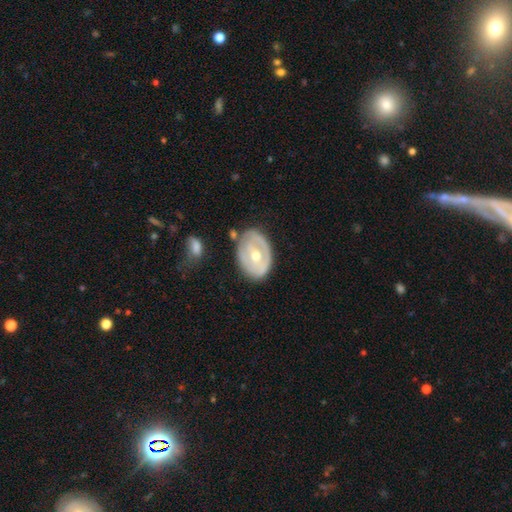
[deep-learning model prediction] featured or disk 62%, smooth 32%, star or artifact 5%. Down the decision tree: edge-on disk — no (93%); bar — no (58%); spiral arms — no (64%); bulge size — moderate (66%); merging — none (65%).